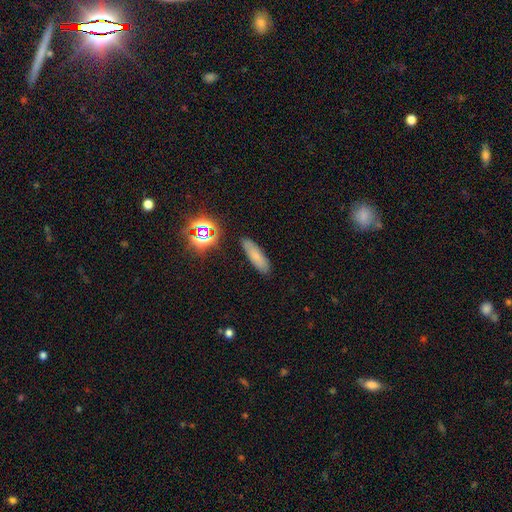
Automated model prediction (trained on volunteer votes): smooth 72%, star or artifact 15%, featured or disk 12%. Down the decision tree: how rounded — cigar-shaped (56%); merging — none (86%).